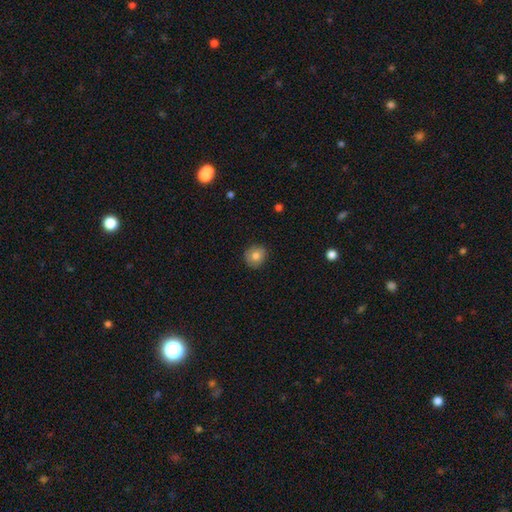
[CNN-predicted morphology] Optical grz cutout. It shows a smooth galaxy with no disk features (78%) that is round (84%). Merging: none (86%).